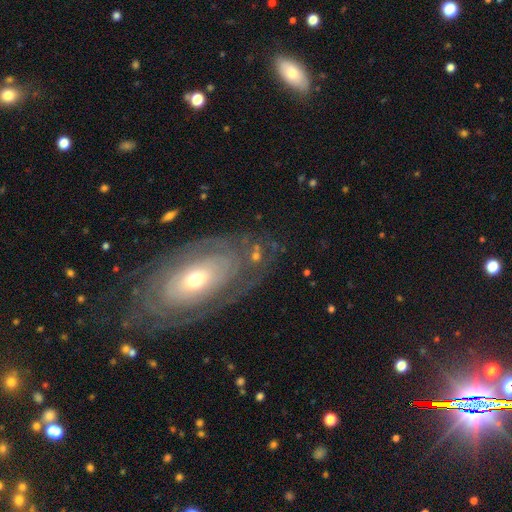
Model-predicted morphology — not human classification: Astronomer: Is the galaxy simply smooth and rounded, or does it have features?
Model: featured or disk — 68%.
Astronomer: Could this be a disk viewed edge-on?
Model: no — 93%.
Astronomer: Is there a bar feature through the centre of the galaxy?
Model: no — 73%.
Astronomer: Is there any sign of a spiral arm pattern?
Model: yes — 74%.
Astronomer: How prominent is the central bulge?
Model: moderate — 52% (runner-up: small, 39%).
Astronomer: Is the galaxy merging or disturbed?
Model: none — 63%.